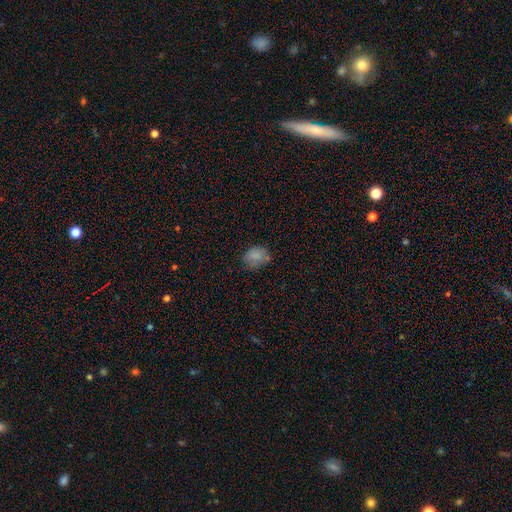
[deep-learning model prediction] Q: Smooth or featured?
A: smooth (81%); runner-up: star or artifact (11%)
Q: How rounded?
A: in between (66%); runner-up: round (33%)
Q: Merging?
A: none (71%); runner-up: minor disturbance (21%)